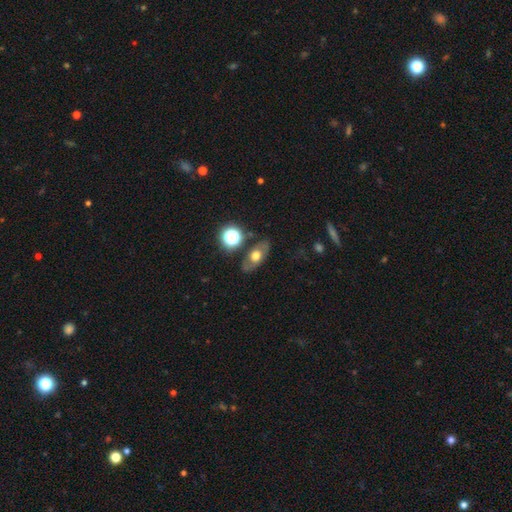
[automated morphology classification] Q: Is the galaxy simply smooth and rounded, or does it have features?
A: smooth — 49%.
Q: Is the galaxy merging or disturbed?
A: none — 78%.